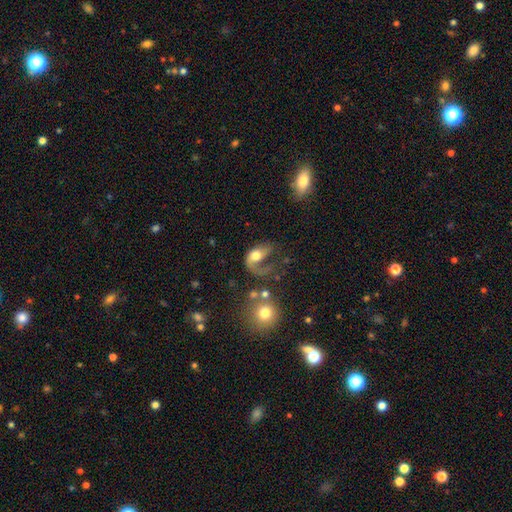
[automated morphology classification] smooth-or-featured: featured or disk: 60% | smooth: 32% | star or artifact: 8%
  disk-edge-on: no: 96% | yes: 4%
    bar: no: 70% | weak: 23% | strong: 7%
    has-spiral-arms: yes: 78% | no: 22%
    bulge-size: moderate: 59% | large: 23% | small: 12% | dominant: 3% | none: 3%
  merging: major disturbance: 52% | none: 22% | minor disturbance: 14% | merger: 12%